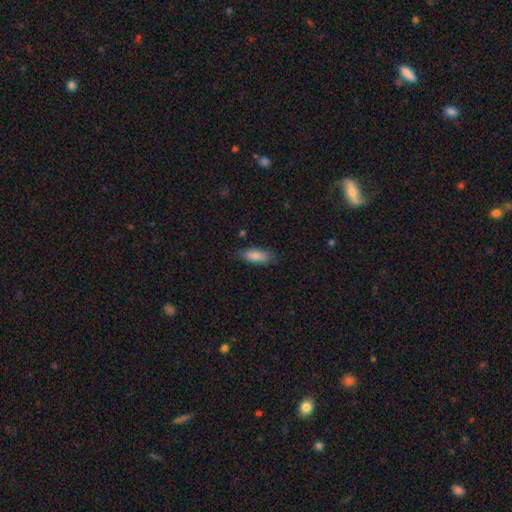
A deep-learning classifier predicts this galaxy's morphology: smooth_or_featured: smooth (p=0.86) [alt: featured or disk p=0.08]
how_rounded: in between (p=0.76) [alt: cigar-shaped p=0.23]
merging: none (p=0.80) [alt: minor disturbance p=0.15]